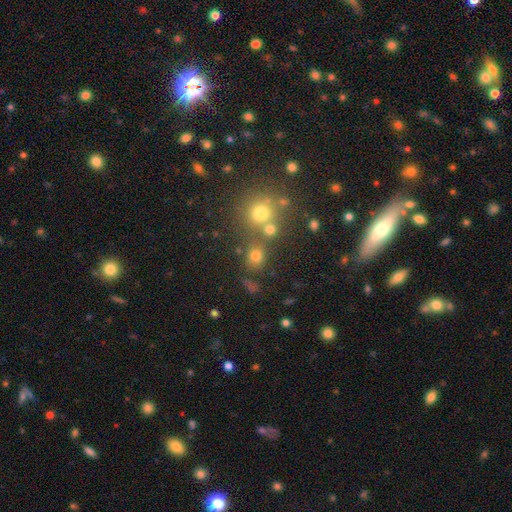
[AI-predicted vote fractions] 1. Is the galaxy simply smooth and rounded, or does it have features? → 71% smooth, 19% star or artifact, 10% featured or disk.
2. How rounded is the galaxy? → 71% round, 28% in between, 1% cigar-shaped.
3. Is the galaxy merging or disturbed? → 62% none, 22% merger, 10% minor disturbance, 5% major disturbance.